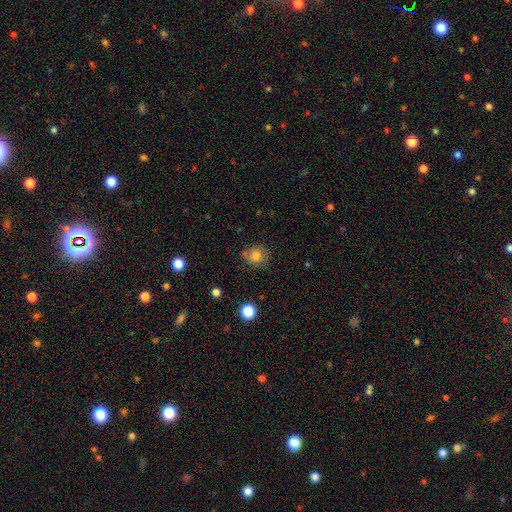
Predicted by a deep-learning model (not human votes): Overall: smooth (80%). How rounded: round (84%). Merging: none (71%).